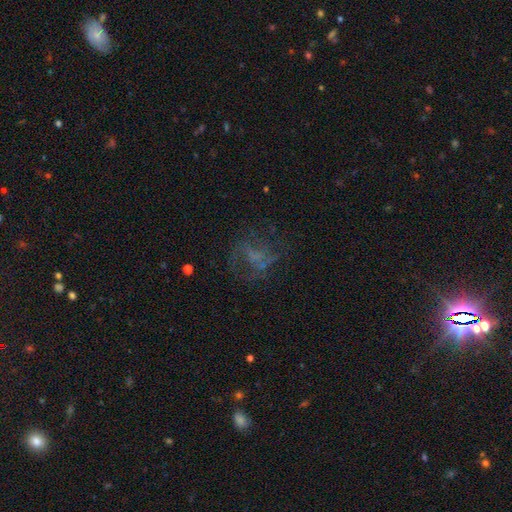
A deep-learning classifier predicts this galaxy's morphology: Q: Smooth or featured?
A: featured or disk (49%); runner-up: smooth (27%)
Q: Merging?
A: none (54%); runner-up: major disturbance (28%)